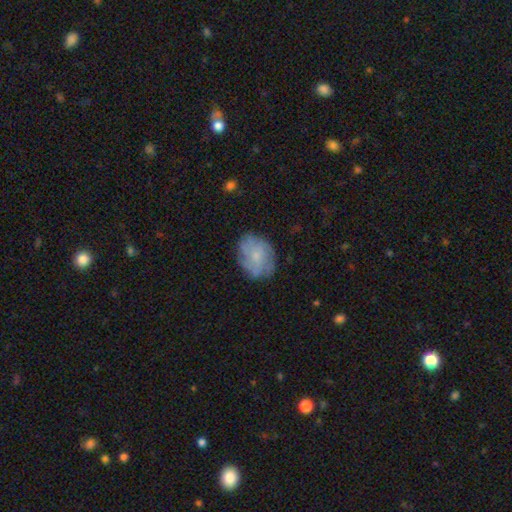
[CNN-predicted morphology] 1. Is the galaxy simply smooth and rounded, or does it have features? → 51% smooth, 41% featured or disk, 8% star or artifact.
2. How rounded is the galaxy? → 66% in between, 33% round, 1% cigar-shaped.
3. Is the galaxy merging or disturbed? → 71% none, 20% minor disturbance, 7% major disturbance, 1% merger.